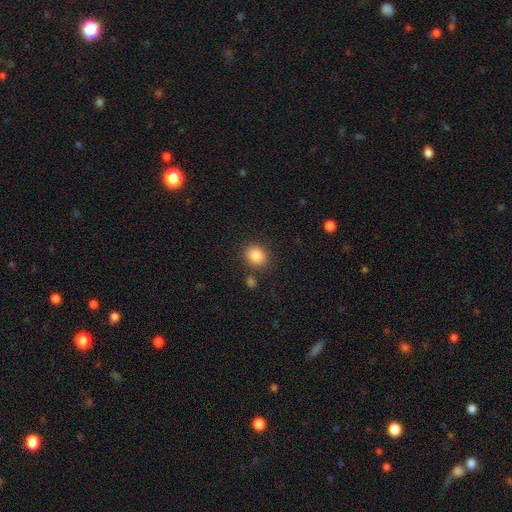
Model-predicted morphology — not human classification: This appears to be a smooth galaxy with no disk features (85%) that is round (71%). Merging: none (82%).